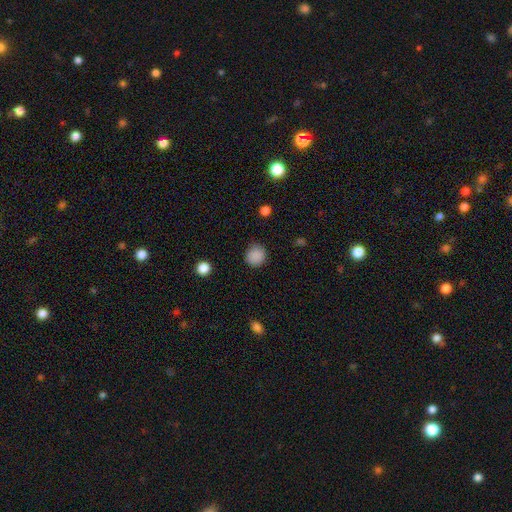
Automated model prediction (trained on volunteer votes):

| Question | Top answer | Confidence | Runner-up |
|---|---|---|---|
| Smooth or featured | smooth | 87% | star or artifact (10%) |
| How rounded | round | 88% | in between (11%) |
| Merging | none | 84% | minor disturbance (12%) |